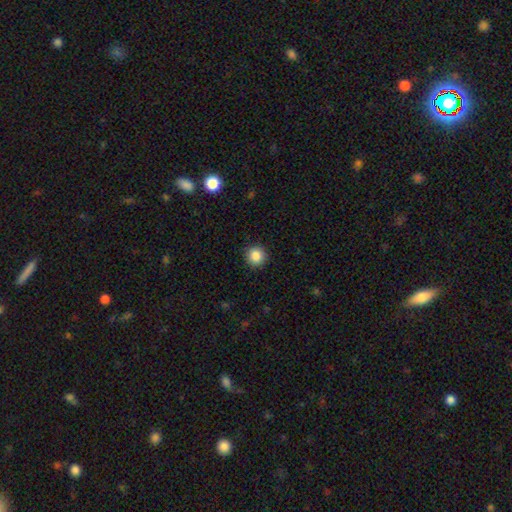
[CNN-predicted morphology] Smooth or featured?
  - smooth: 86% *
  - star or artifact: 10%
  - featured or disk: 4%
How rounded?
  - round: 93% *
  - in between: 6%
  - cigar-shaped: 1%
Merging?
  - none: 90% *
  - minor disturbance: 7%
  - major disturbance: 2%
  - merger: 1%